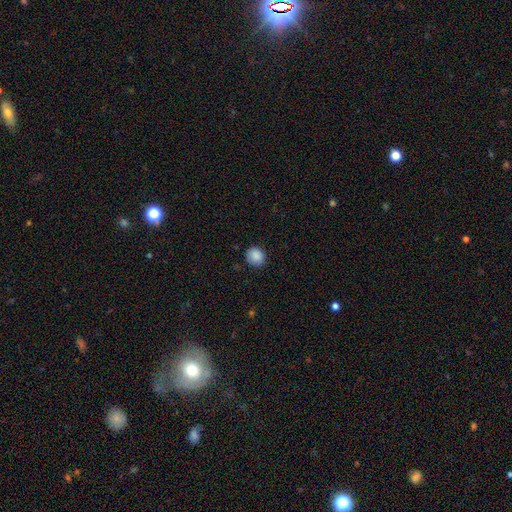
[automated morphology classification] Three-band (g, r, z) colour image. It shows a smooth galaxy with no disk features (88%) that is round (85%). Merging: none (85%).